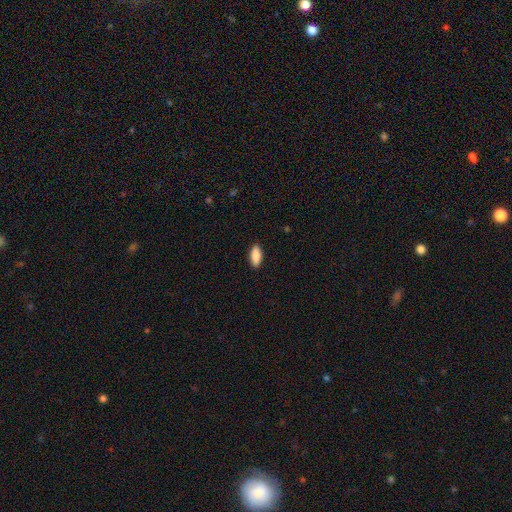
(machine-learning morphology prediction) Smooth or featured? smooth (88%)
How rounded? in between (80%)
Merging? none (89%)